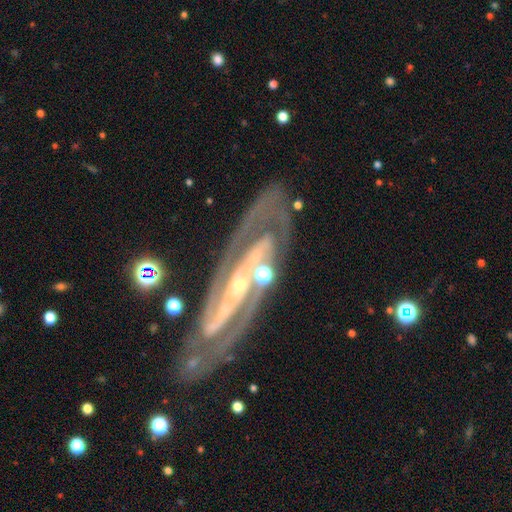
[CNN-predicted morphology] Smooth or featured: featured or disk — 83% (smooth — 10%)
Edge-on disk: no — 90% (yes — 10%)
Bar: no — 40% (strong — 36%)
Spiral arms: yes — 87% (no — 13%)
Spiral winding: tight — 50% (medium — 38%)
Spiral arm count: 2 — 64% (can't tell — 15%)
Bulge size: small — 46% (moderate — 44%)
Merging: none — 59% (minor disturbance — 18%)